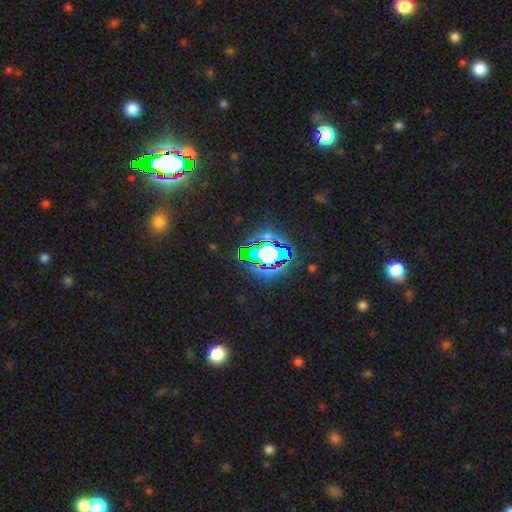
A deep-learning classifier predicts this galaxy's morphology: star or artifact 83%, smooth 10%, featured or disk 7%.